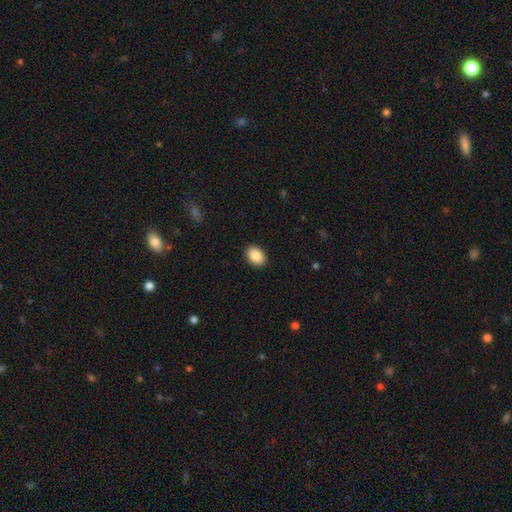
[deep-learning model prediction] Smooth or featured? Predicted: smooth (p=0.87). How rounded? Predicted: in between (p=0.75). Merging? Predicted: none (p=0.91).